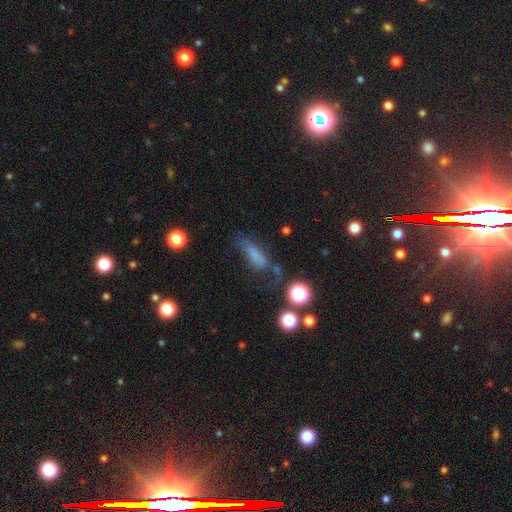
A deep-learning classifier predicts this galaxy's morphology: smooth-or-featured: smooth: 60% | featured or disk: 22% | star or artifact: 18%
  how-rounded: cigar-shaped: 51% | in between: 42% | round: 7%
  merging: none: 43% | minor disturbance: 26% | major disturbance: 23% | merger: 8%